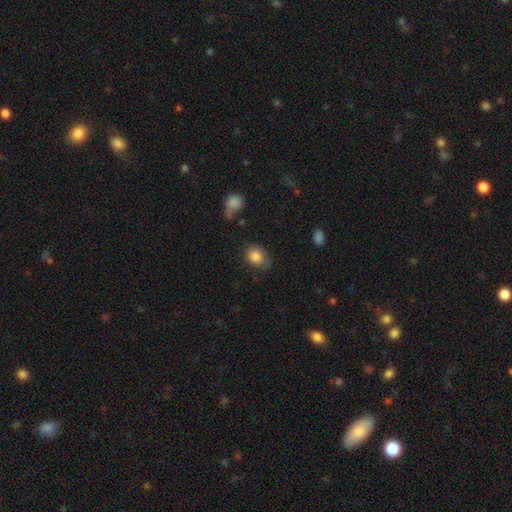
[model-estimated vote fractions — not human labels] smooth-or-featured: smooth: 84% | star or artifact: 8% | featured or disk: 8%
  how-rounded: in between: 65% | round: 34% | cigar-shaped: 1%
  merging: none: 65% | minor disturbance: 25% | major disturbance: 7% | merger: 3%